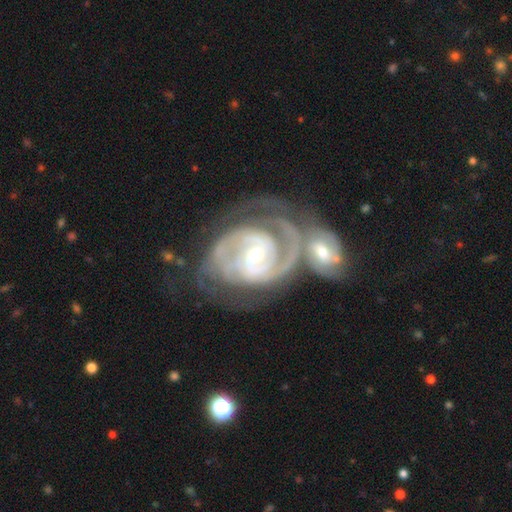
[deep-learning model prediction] Smooth or featured?
  - featured or disk: 92% *
  - smooth: 4%
  - star or artifact: 4%
Edge-on disk?
  - no: 98% *
  - yes: 2%
Bar?
  - weak: 46% *
  - no: 31%
  - strong: 23%
Spiral arms?
  - yes: 98% *
  - no: 2%
Spiral winding?
  - tight: 59% *
  - medium: 35%
  - loose: 7%
Spiral arm count?
  - 2: 55% *
  - 3: 17%
  - can't tell: 15%
  - 4: 5%
  - 1: 5%
  - more than 4: 4%
Bulge size?
  - small: 62% *
  - moderate: 34%
  - large: 2%
  - none: 1%
  - dominant: 1%
Merging?
  - merger: 52% *
  - none: 24%
  - minor disturbance: 12%
  - major disturbance: 12%